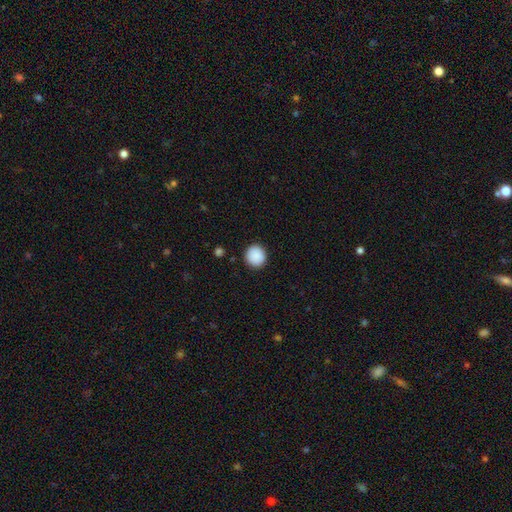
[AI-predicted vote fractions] A smooth galaxy with no disk features (89%) that is round (91%). Merging: none (91%).